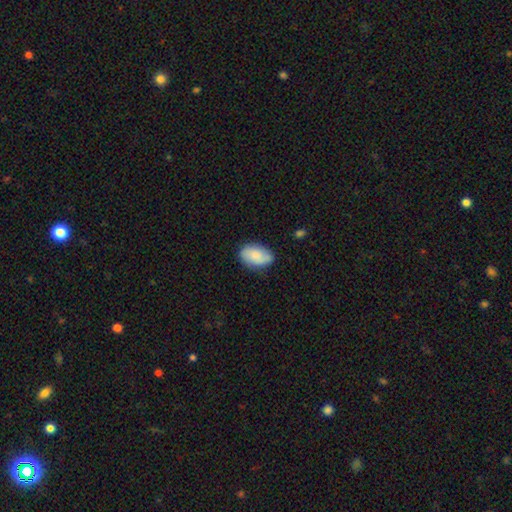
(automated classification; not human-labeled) A smooth galaxy with no disk features (72%) that is in between round and cigar-shaped (91%).

Vote fractions:
- Smooth or featured? smooth: 72% / featured or disk: 21% / star or artifact: 7%
- How rounded? in between: 91% / round: 8% / cigar-shaped: 1%
- Merging? none: 73% / minor disturbance: 21% / major disturbance: 4% / merger: 2%